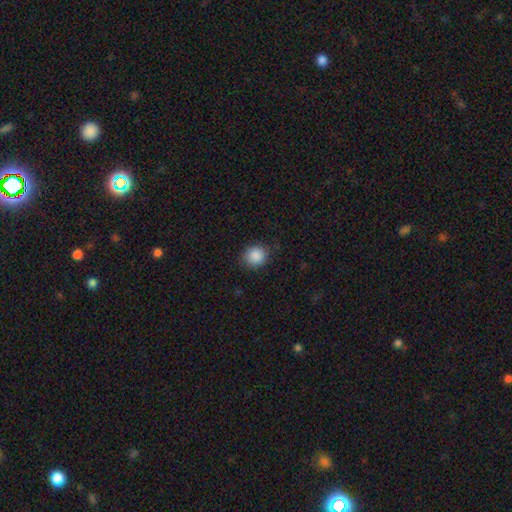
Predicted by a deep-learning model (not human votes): This is clearly a smooth galaxy (88%). How rounded: clearly round (85%). Merging: clearly none (85%).